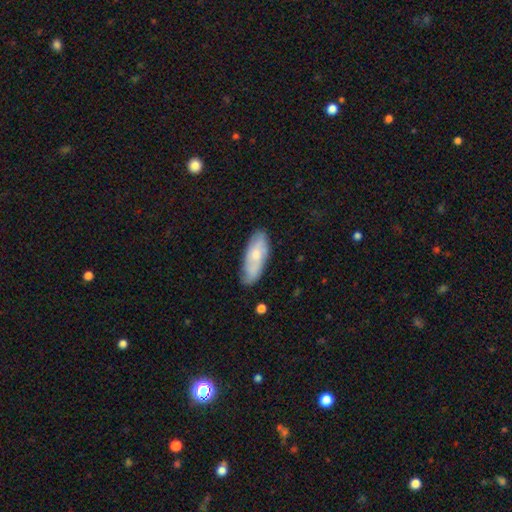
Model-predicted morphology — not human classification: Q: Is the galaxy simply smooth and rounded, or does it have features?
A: smooth — 58%.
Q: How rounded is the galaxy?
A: in between — 75%.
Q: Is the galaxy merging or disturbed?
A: none — 75%.